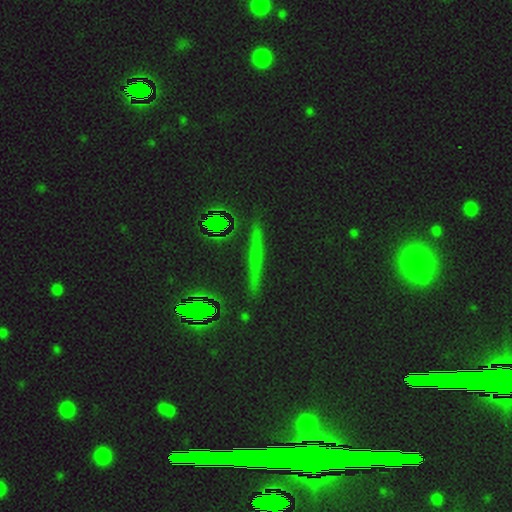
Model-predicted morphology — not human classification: This appears to be a star or artifact, not a galaxy (49%).